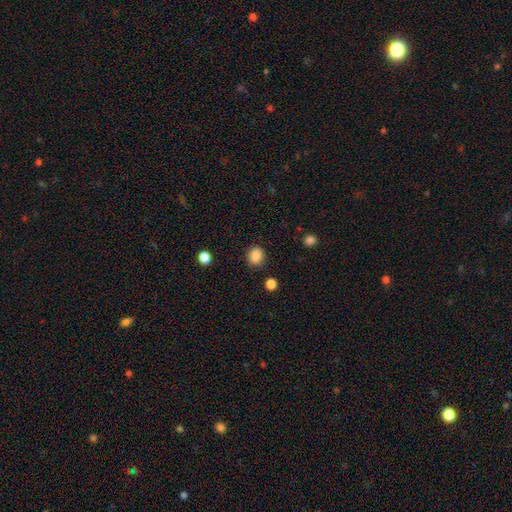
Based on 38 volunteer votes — Smooth or featured? smooth (84%)
How rounded? round (78%)
Merging? none (89%)